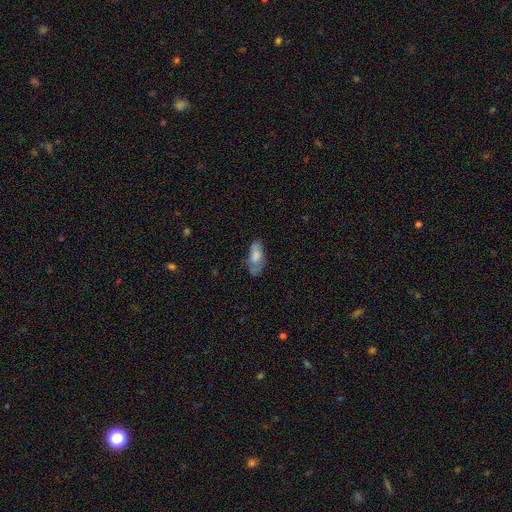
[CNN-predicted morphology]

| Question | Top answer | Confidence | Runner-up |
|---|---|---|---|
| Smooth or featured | smooth | 69% | featured or disk (23%) |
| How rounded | in between | 84% | cigar-shaped (13%) |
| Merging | none | 50% | minor disturbance (31%) |